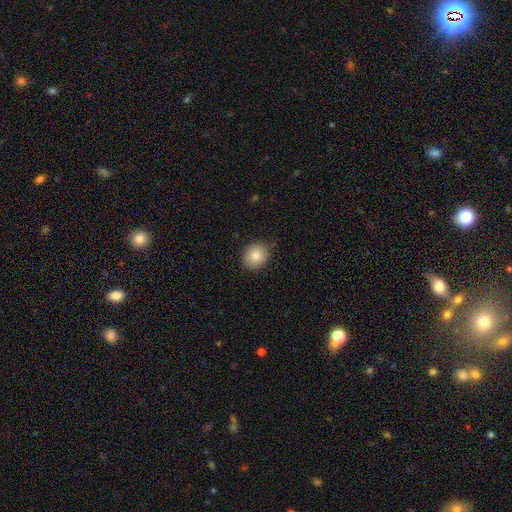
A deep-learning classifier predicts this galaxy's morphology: type=smooth (85%); roundness=round (77%); merging=none (87%).